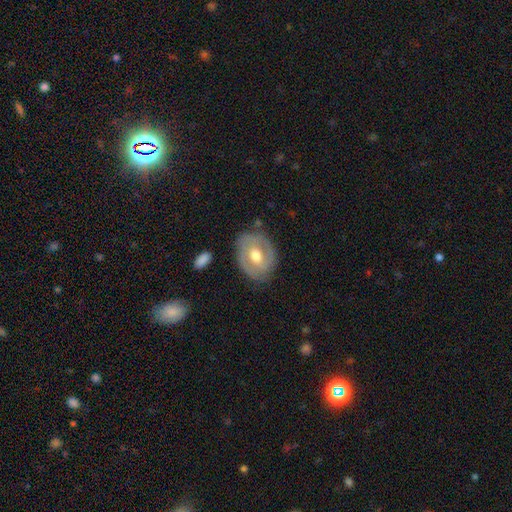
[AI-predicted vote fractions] featured or disk 63%, smooth 31%, star or artifact 6%. Down the decision tree: edge-on disk — no (95%); bar — no (50%); spiral arms — yes (57%); bulge size — moderate (76%); merging — none (76%).